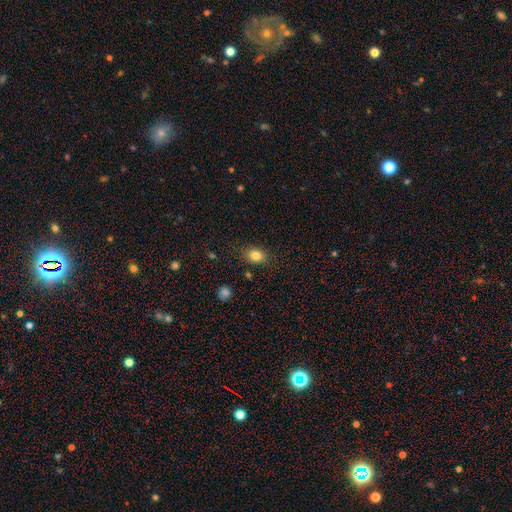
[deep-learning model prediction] This appears to be a smooth galaxy with no disk features (82%) that is in between round and cigar-shaped (60%). Merging: none (82%).